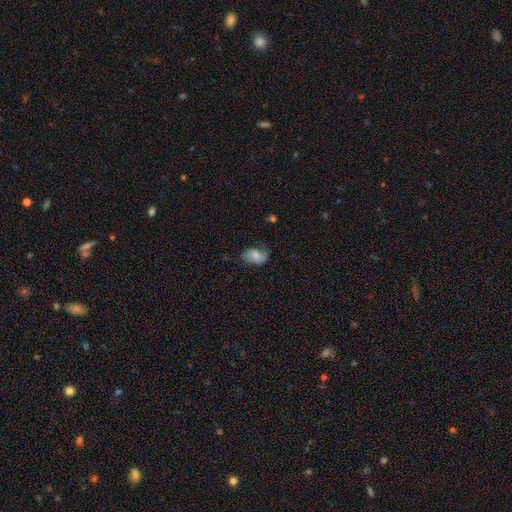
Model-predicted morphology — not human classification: The model was most divided on "merging": none: 57%, minor disturbance: 29%, major disturbance: 12%, merger: 2%. More confident: how rounded — in between (82%); smooth or featured — smooth (61%).